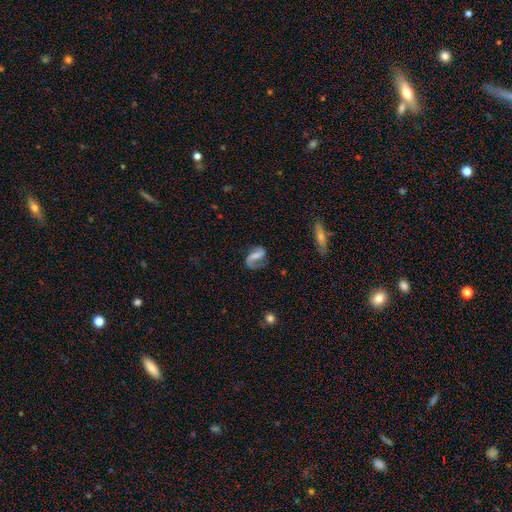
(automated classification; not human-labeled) Smooth or featured?
  - featured or disk: 80% *
  - smooth: 13%
  - star or artifact: 7%
Edge-on disk?
  - no: 97% *
  - yes: 3%
Bar?
  - weak: 41% *
  - strong: 37%
  - no: 21%
Spiral arms?
  - yes: 94% *
  - no: 6%
Spiral winding?
  - loose: 53% *
  - medium: 37%
  - tight: 10%
Spiral arm count?
  - 2: 82% *
  - 1: 13%
  - can't tell: 3%
  - 3: 1%
  - 4: 1%
  - more than 4: 1%
Bulge size?
  - small: 37% *
  - none: 31%
  - moderate: 26%
  - large: 5%
  - dominant: 1%
Merging?
  - none: 68% *
  - minor disturbance: 18%
  - major disturbance: 11%
  - merger: 2%